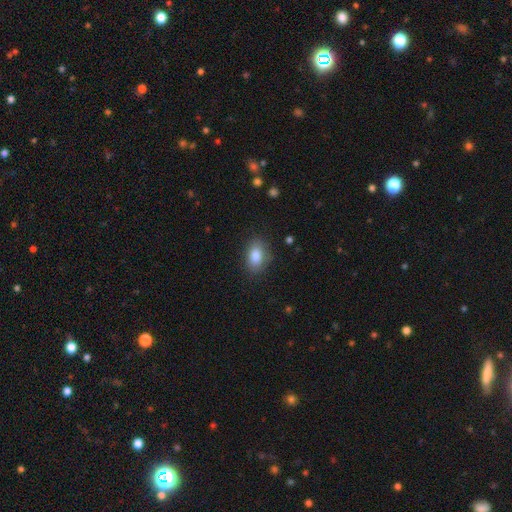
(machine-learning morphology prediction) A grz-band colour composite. It shows a smooth galaxy with no disk features (85%) that is in between round and cigar-shaped (87%). Merging: none (82%).